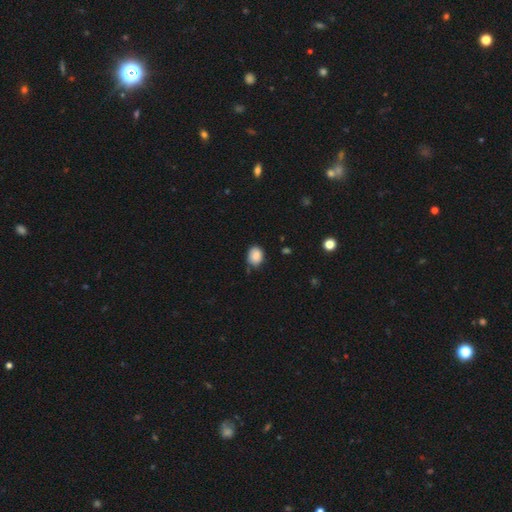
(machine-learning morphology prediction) Smooth or featured? Predicted: smooth (p=0.86). How rounded? Predicted: round (p=0.51). Merging? Predicted: none (p=0.65).